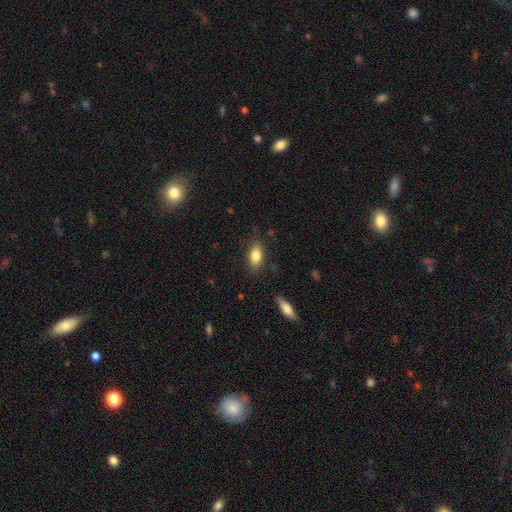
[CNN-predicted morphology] smooth-or-featured: smooth: 84% | featured or disk: 9% | star or artifact: 7%
  how-rounded: in between: 87% | cigar-shaped: 7% | round: 6%
  merging: none: 81% | minor disturbance: 14% | major disturbance: 4% | merger: 2%